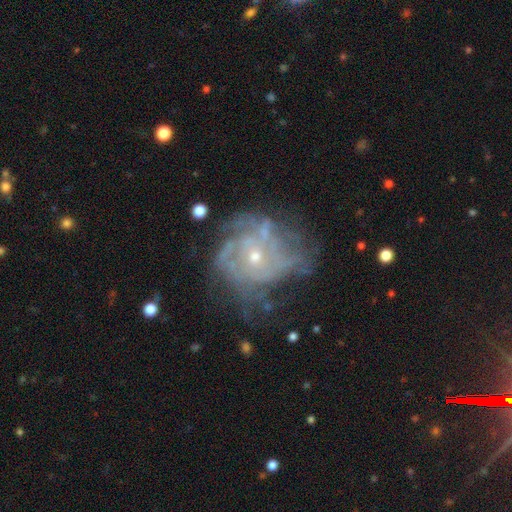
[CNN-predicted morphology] Q: Smooth or featured?
A: featured or disk (82%); runner-up: smooth (10%)
Q: Edge-on disk?
A: no (97%); runner-up: yes (3%)
Q: Bar?
A: no (82%); runner-up: weak (15%)
Q: Spiral arms?
A: yes (82%); runner-up: no (18%)
Q: Spiral winding?
A: tight (56%); runner-up: medium (31%)
Q: Spiral arm count?
A: can't tell (43%); runner-up: 4 (16%)
Q: Bulge size?
A: small (66%); runner-up: moderate (30%)
Q: Merging?
A: none (51%); runner-up: minor disturbance (23%)